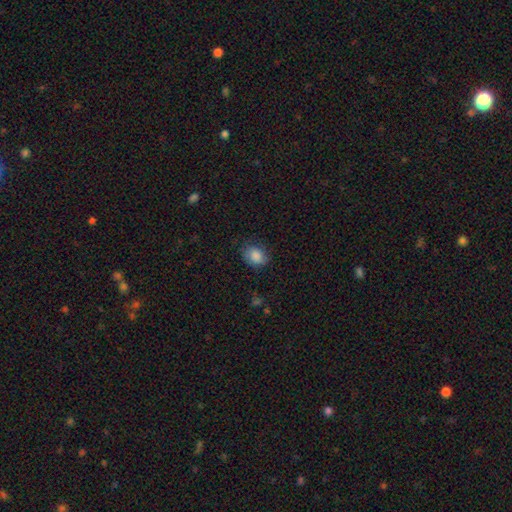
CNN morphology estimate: type=smooth (83%); roundness=in between (58%); merging=none (70%).